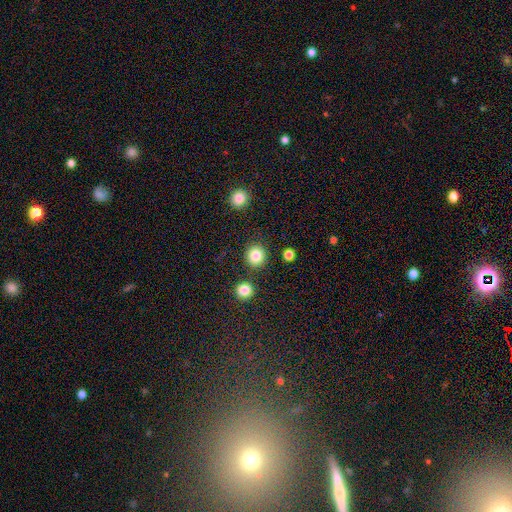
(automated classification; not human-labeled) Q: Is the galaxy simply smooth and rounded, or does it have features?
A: smooth — 85%.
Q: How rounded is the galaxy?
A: round — 89%.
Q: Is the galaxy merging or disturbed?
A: none — 86%.